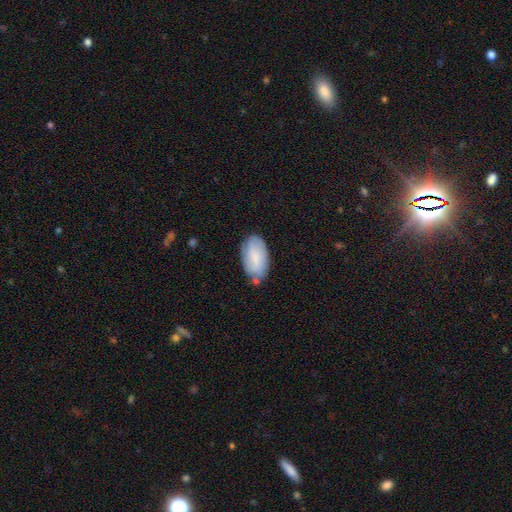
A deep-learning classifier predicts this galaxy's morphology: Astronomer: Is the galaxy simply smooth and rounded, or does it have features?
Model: smooth — 72%.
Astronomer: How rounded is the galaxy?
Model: in between — 94%.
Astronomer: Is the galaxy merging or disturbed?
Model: none — 68%.